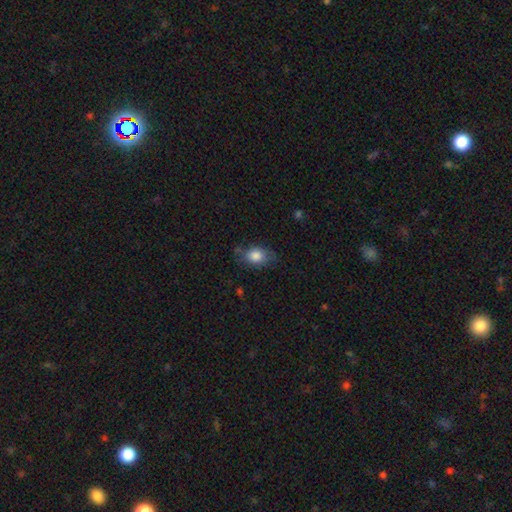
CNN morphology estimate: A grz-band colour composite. It shows a smooth galaxy with no disk features (80%) that is in between round and cigar-shaped (79%). Merging: none (63%).